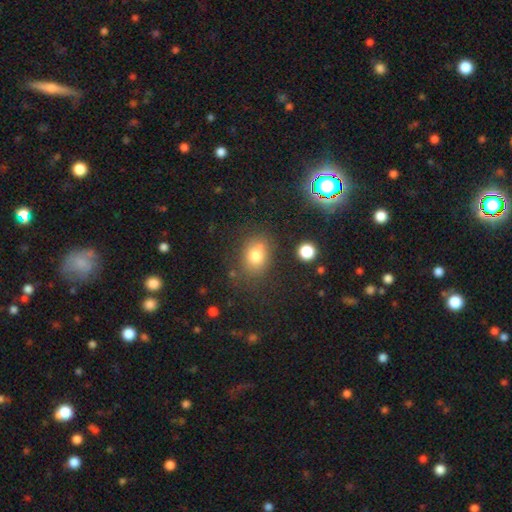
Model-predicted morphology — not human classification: The model was most divided on "how rounded": in between: 52%, round: 47%, cigar-shaped: 1%. More confident: smooth or featured — smooth (76%); merging — none (67%).